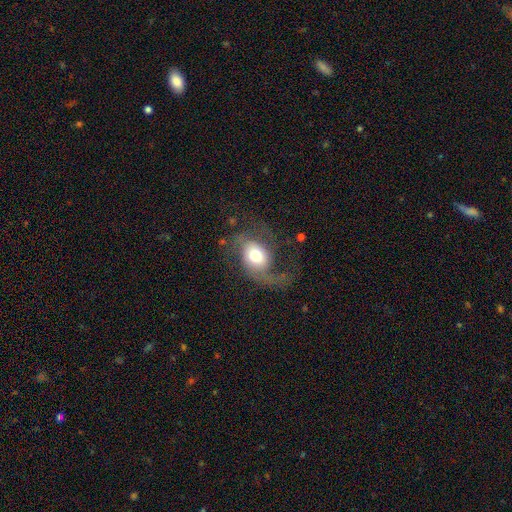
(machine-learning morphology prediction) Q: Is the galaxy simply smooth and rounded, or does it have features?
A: featured or disk — 58%.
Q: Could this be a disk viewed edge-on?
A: no — 96%.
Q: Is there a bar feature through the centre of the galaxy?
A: no — 67%.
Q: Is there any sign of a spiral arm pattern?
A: yes — 83%.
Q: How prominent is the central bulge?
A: moderate — 54%.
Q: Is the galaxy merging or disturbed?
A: none — 40%.